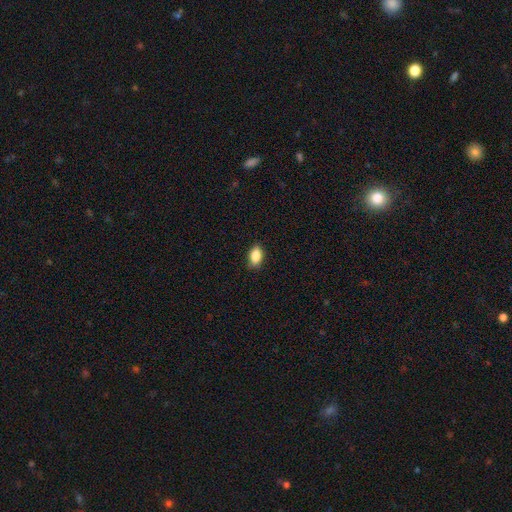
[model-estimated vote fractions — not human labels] smooth 87%, star or artifact 8%, featured or disk 5%. Down the decision tree: how rounded — in between (89%); merging — none (85%).